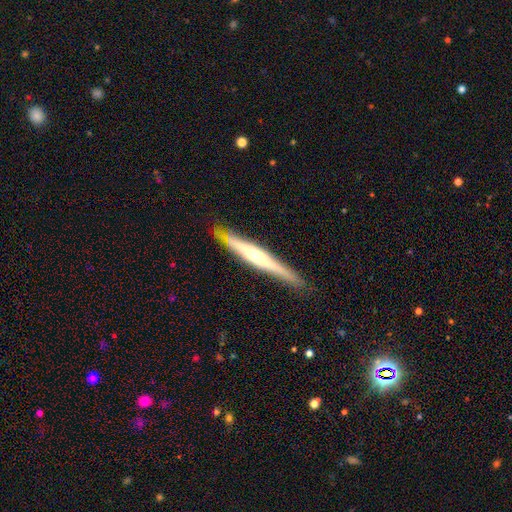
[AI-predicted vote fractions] Morphology: type=featured or disk (65%); edge-on=yes (94%); edge-on bulge=rounded (66%); merging=none (84%).